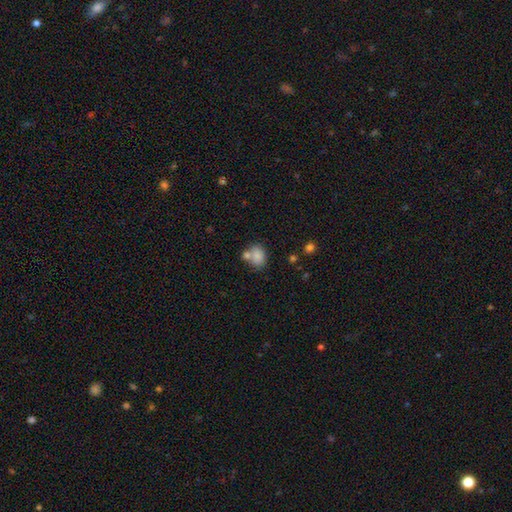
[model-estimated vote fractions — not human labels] A smooth galaxy with no disk features (82%) that is in between round and cigar-shaped (65%).

Vote fractions:
- Smooth or featured? smooth: 82% / featured or disk: 9% / star or artifact: 9%
- How rounded? in between: 65% / round: 34% / cigar-shaped: 1%
- Merging? none: 51% / merger: 30% / minor disturbance: 14% / major disturbance: 5%